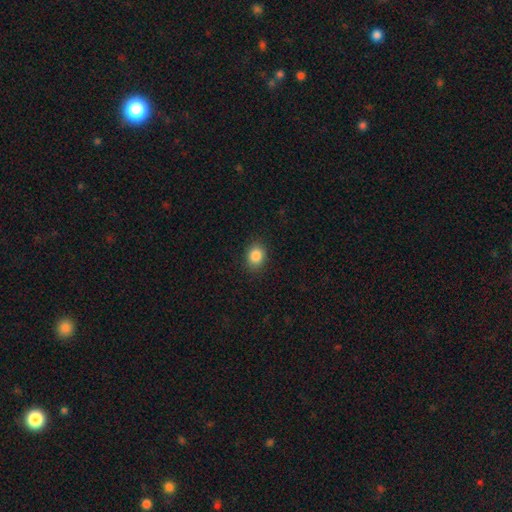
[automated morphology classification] Smooth or featured? Predicted: smooth (p=0.86). How rounded? Predicted: in between (p=0.52). Merging? Predicted: none (p=0.87).